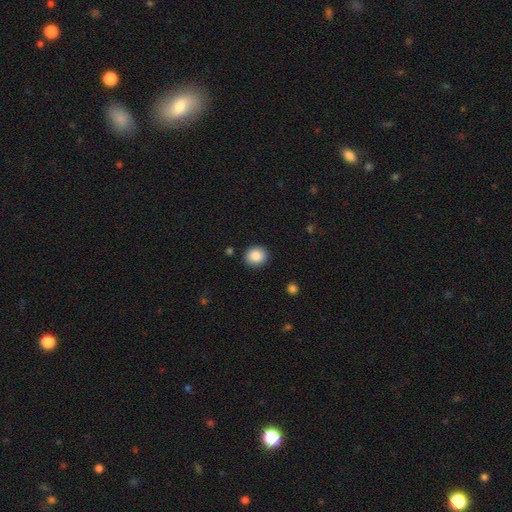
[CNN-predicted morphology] The model was most divided on "how rounded": round: 76%, in between: 23%, cigar-shaped: 1%. More confident: merging — none (89%); smooth or featured — smooth (87%).